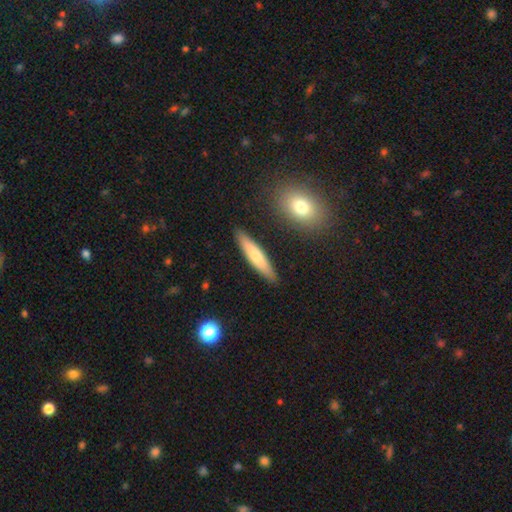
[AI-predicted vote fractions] This appears to be a smooth galaxy with no disk features (62%) that is cigar-shaped (84%). Merging: none (88%).